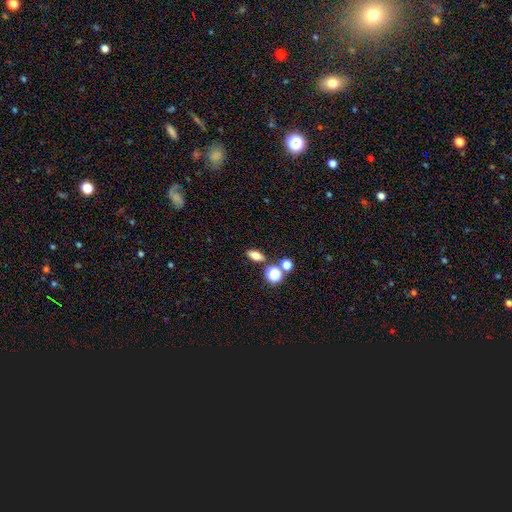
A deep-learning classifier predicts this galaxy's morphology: Overall: smooth (74%). How rounded: in between (74%). Merging: none (80%).